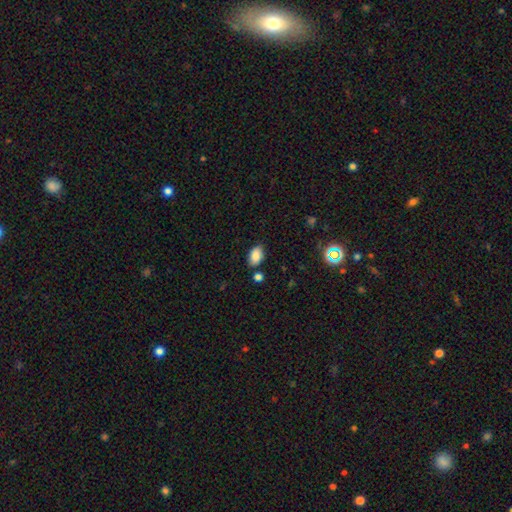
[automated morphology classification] The model was most divided on "merging": none: 80%, minor disturbance: 12%, merger: 5%, major disturbance: 3%. More confident: how rounded — in between (90%); smooth or featured — smooth (85%).